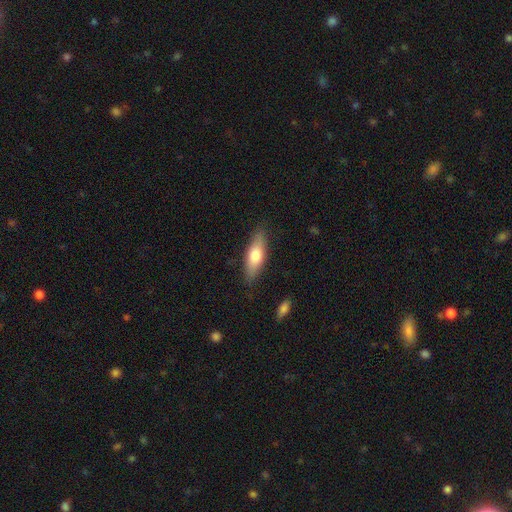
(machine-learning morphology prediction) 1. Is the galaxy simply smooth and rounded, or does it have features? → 67% smooth, 27% featured or disk, 6% star or artifact.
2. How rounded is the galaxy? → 56% in between, 41% cigar-shaped, 3% round.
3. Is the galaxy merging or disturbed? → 85% none, 12% minor disturbance, 2% major disturbance, 1% merger.